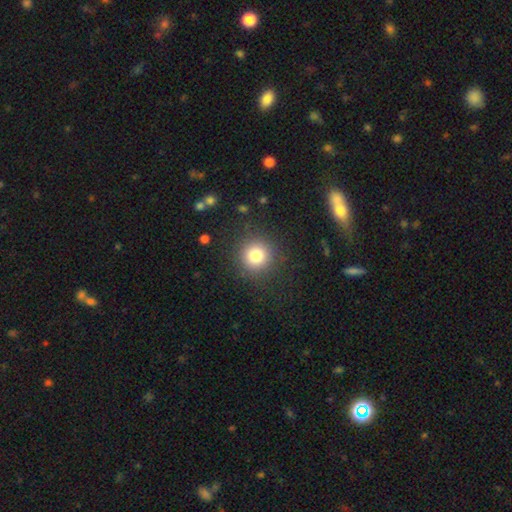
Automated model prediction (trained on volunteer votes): This is likely a smooth galaxy (80%). How rounded: clearly round (94%). Merging: clearly none (89%).